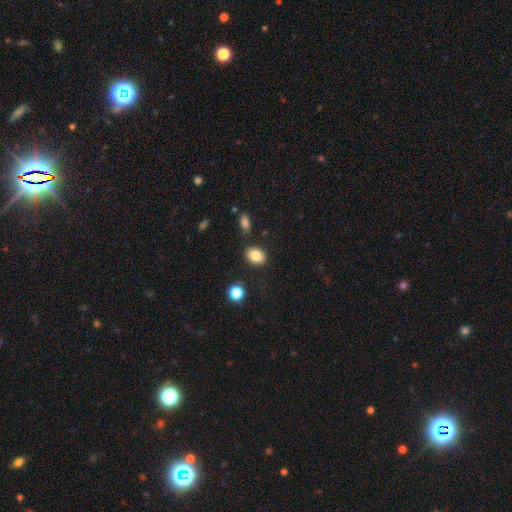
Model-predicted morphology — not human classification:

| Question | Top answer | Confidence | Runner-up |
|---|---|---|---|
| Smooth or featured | smooth | 83% | star or artifact (9%) |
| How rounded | in between | 71% | round (28%) |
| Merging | none | 84% | minor disturbance (10%) |